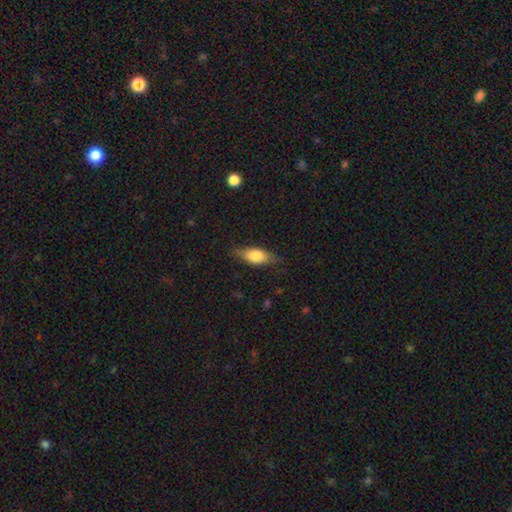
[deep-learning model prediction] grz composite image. It shows a smooth galaxy with no disk features (74%) that is in between round and cigar-shaped (78%). Merging: none (77%).